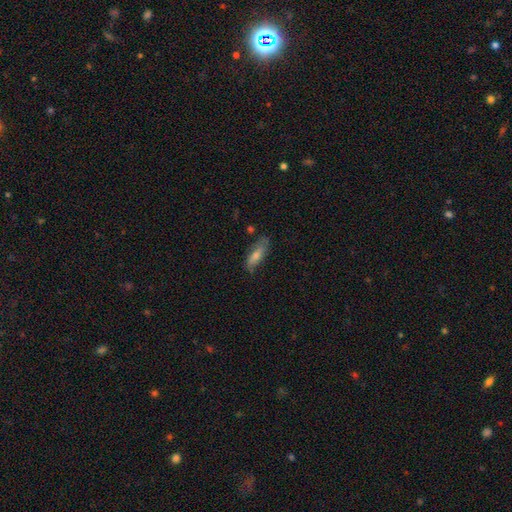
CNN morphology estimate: A smooth galaxy with no disk features (54%) that is in between round and cigar-shaped (55%).

Vote fractions:
- Smooth or featured? smooth: 54% / featured or disk: 37% / star or artifact: 9%
- How rounded? in between: 55% / cigar-shaped: 43% / round: 3%
- Merging? none: 70% / minor disturbance: 22% / major disturbance: 6% / merger: 3%